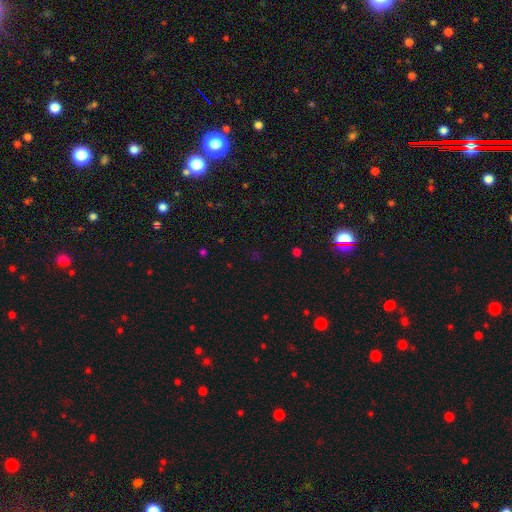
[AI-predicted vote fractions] Smooth or featured? star or artifact (66%)